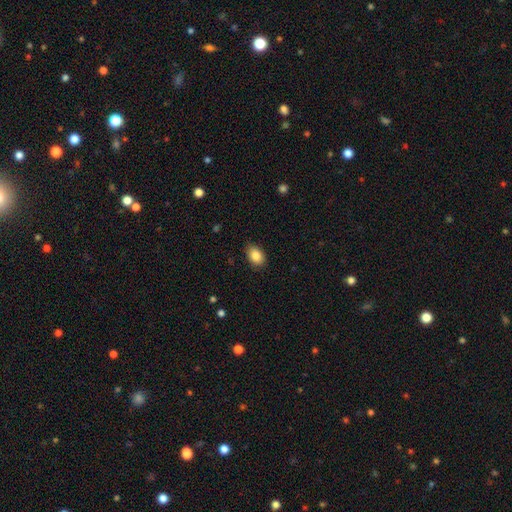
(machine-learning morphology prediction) The model was most divided on "how rounded": in between: 83%, round: 16%, cigar-shaped: 1%. More confident: merging — none (86%); smooth or featured — smooth (86%).